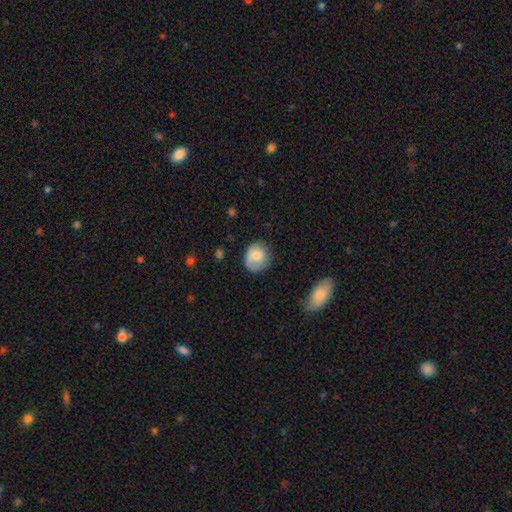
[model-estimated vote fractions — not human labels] This appears to be a smooth galaxy with no disk features (75%) that is round (69%). Merging: none (61%).